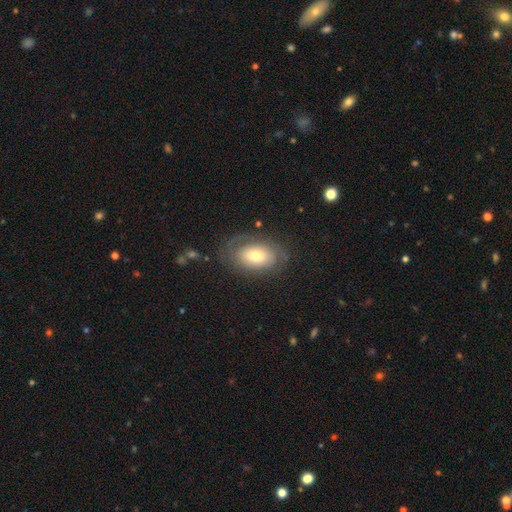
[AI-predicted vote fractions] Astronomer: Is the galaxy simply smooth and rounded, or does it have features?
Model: smooth — 49% (runner-up: featured or disk, 44%).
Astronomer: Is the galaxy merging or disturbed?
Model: none — 70%.